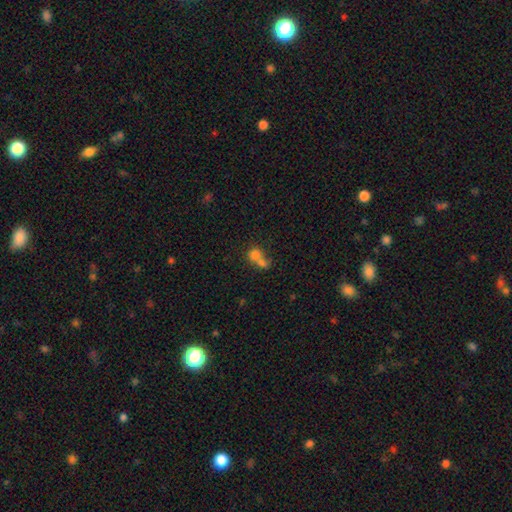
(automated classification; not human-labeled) Q: Smooth or featured?
A: smooth (71%); runner-up: featured or disk (15%)
Q: How rounded?
A: round (77%); runner-up: in between (22%)
Q: Merging?
A: merger (65%); runner-up: none (27%)